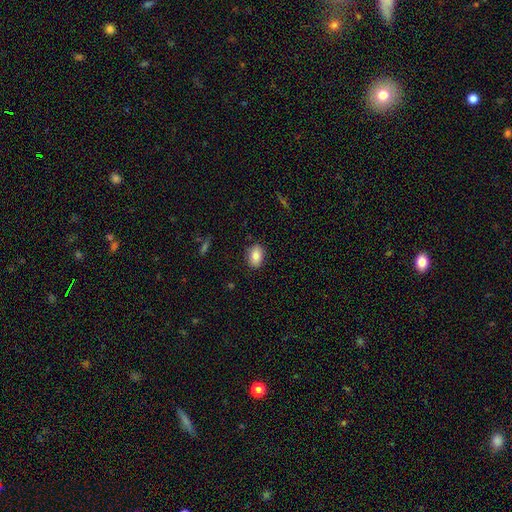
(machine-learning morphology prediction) The model was most divided on "how rounded": in between: 80%, round: 18%, cigar-shaped: 2%. More confident: merging — none (86%); smooth or featured — smooth (84%).